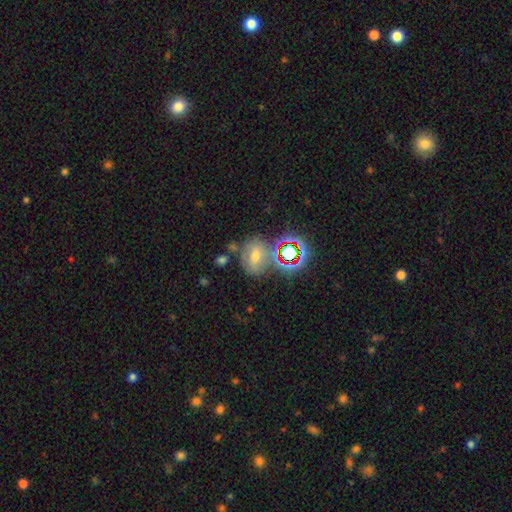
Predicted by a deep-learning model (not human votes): Overall: smooth (47%; star or artifact 29%). Merging: none (59%).